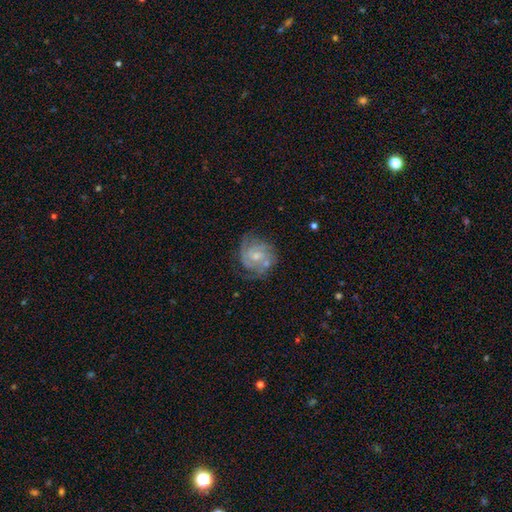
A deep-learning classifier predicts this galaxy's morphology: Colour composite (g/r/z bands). It shows a featured or disk galaxy (80%) with no bar (64%), 2 (31%) tight (64%) spiral arms (94%) and a small central bulge (50%). Merging: none (63%).